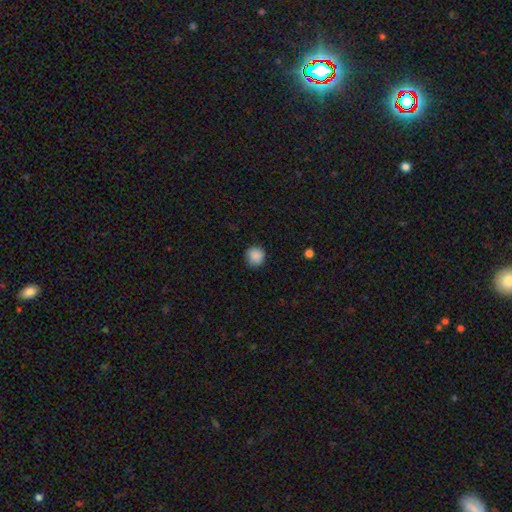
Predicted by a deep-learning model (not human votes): Smooth or featured? smooth (88%)
How rounded? round (93%)
Merging? none (88%)